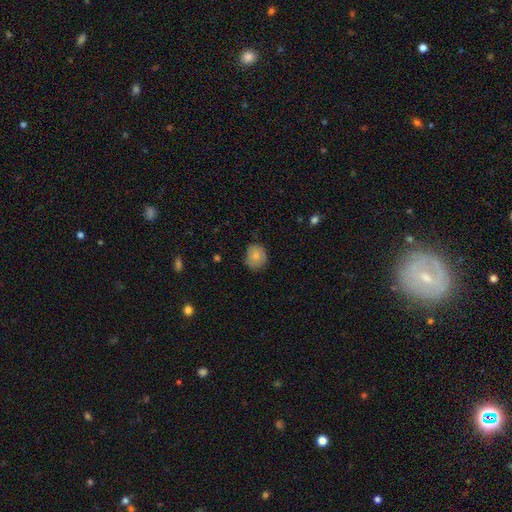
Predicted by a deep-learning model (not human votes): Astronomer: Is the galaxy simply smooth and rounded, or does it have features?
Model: smooth — 79%.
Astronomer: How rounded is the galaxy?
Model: round — 76%.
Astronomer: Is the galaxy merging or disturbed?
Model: none — 73%.